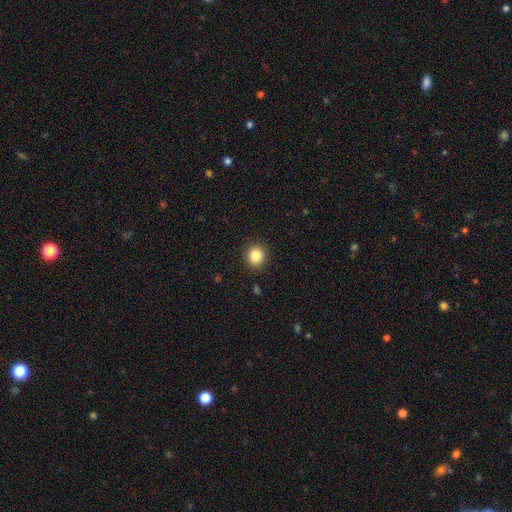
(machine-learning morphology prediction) A smooth galaxy with no disk features (85%) that is round (91%).

Vote fractions:
- Smooth or featured? smooth: 85% / star or artifact: 11% / featured or disk: 5%
- How rounded? round: 91% / in between: 8% / cigar-shaped: 1%
- Merging? none: 91% / minor disturbance: 6% / major disturbance: 2% / merger: 1%